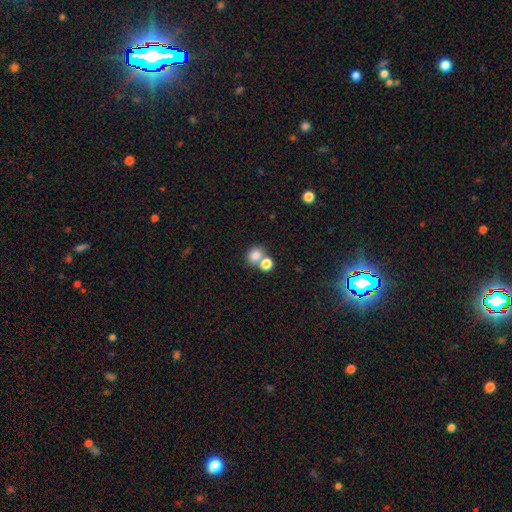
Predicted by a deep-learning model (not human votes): This appears to be a smooth galaxy with no disk features (80%) that is round (68%). Merging: none (47%).